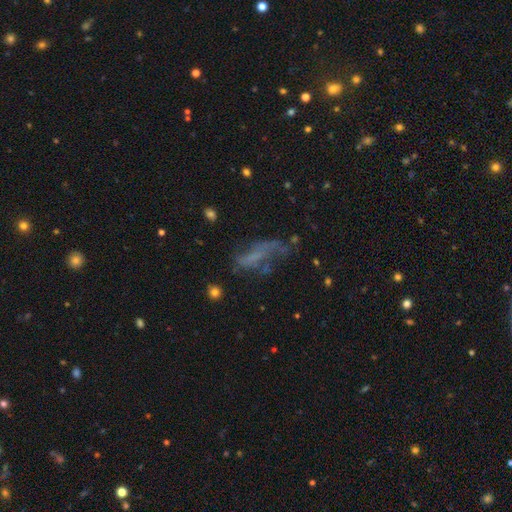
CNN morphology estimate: Smooth or featured? featured or disk (43%)
Merging? major disturbance (38%)